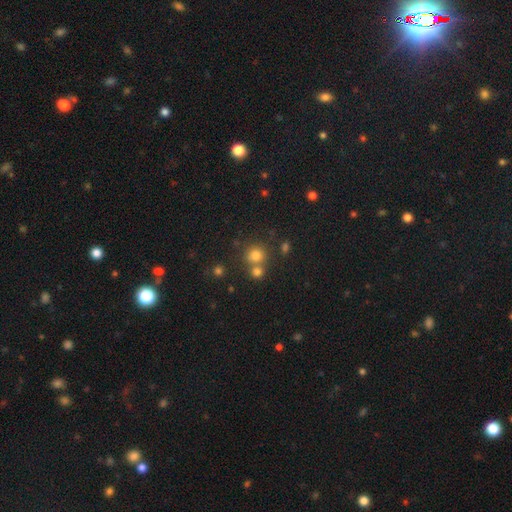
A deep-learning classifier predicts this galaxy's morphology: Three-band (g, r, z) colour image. It shows a smooth galaxy with no disk features (75%) that is round (86%). Merging: none (59%).